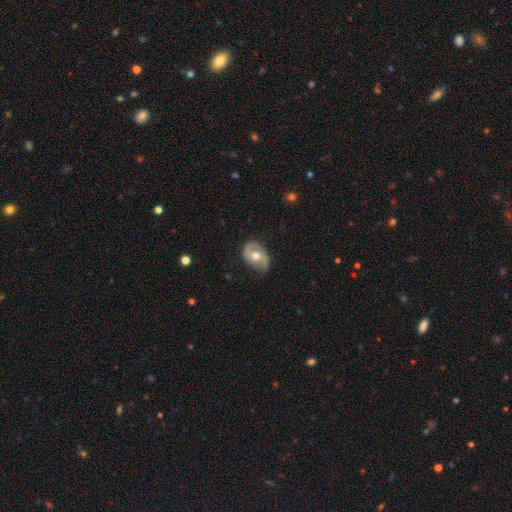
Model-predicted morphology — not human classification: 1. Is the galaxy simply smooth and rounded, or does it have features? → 60% featured or disk, 33% smooth, 7% star or artifact.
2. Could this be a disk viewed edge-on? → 95% no, 5% yes.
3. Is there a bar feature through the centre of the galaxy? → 55% no, 34% weak, 11% strong.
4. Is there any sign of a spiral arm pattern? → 77% yes, 23% no.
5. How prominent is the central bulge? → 77% moderate, 13% small, 9% large, 1% none, 1% dominant.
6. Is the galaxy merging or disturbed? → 62% none, 28% minor disturbance, 8% major disturbance, 1% merger.